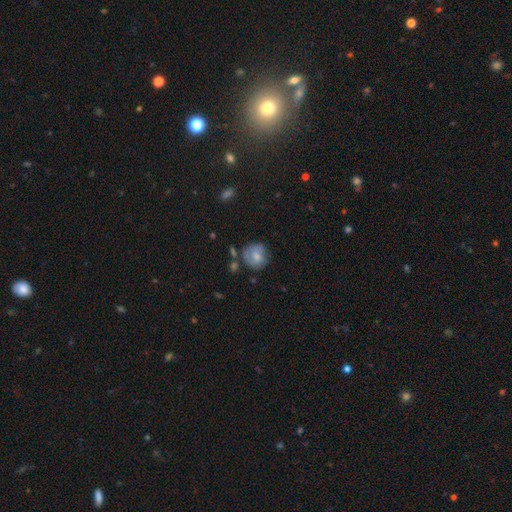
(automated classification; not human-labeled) Overall: smooth (68%). How rounded: round (79%). Merging: none (59%; minor disturbance 25%).